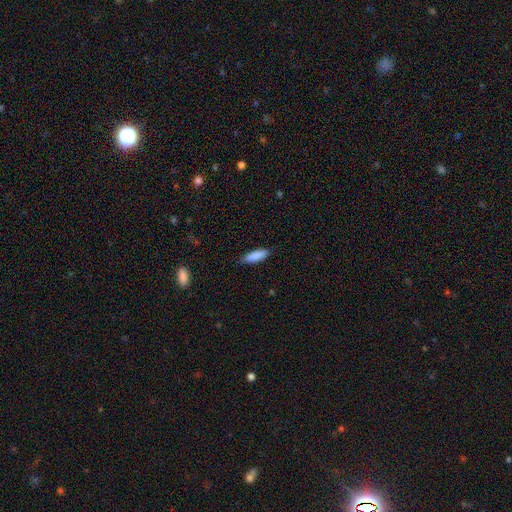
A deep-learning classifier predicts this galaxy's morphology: Q: Smooth or featured?
A: smooth (89%); runner-up: star or artifact (6%)
Q: How rounded?
A: cigar-shaped (50%); runner-up: in between (49%)
Q: Merging?
A: none (84%); runner-up: minor disturbance (13%)